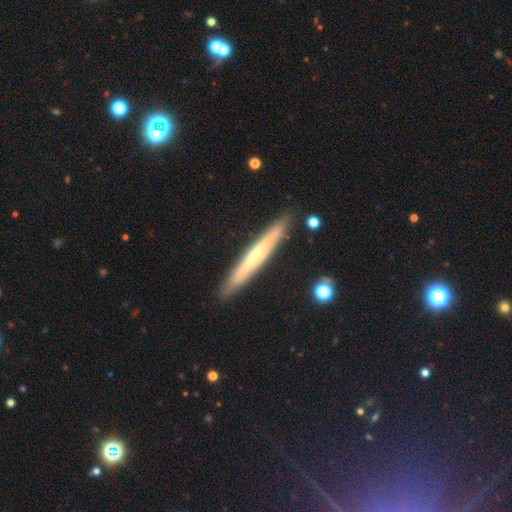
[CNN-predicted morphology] smooth-or-featured: featured or disk: 53% | smooth: 41% | star or artifact: 6%
  disk-edge-on: yes: 94% | no: 6%
  merging: none: 89% | minor disturbance: 8% | major disturbance: 1% | merger: 1%